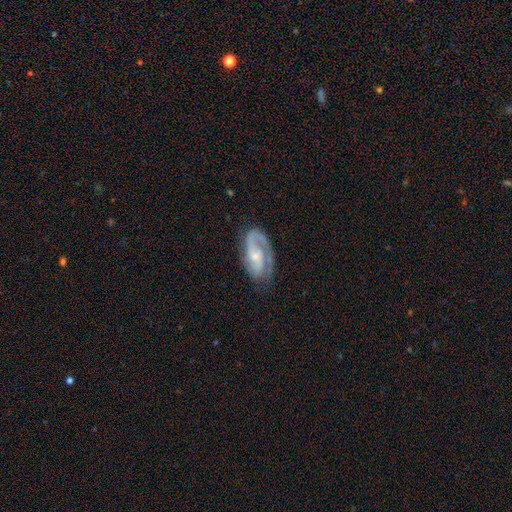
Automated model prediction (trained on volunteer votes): smooth-or-featured: featured or disk: 83% | smooth: 12% | star or artifact: 5%
  disk-edge-on: no: 96% | yes: 4%
    bar: no: 58% | weak: 32% | strong: 9%
    has-spiral-arms: yes: 95% | no: 5%
      spiral-winding: medium: 45% | tight: 38% | loose: 17%
      spiral-arm-count: 2: 65% | 1: 19% | can't tell: 9% | 3: 4% | 4: 1% | more than 4: 1%
    bulge-size: small: 62% | moderate: 30% | none: 5% | large: 2% | dominant: 1%
  merging: none: 67% | minor disturbance: 21% | major disturbance: 11% | merger: 2%